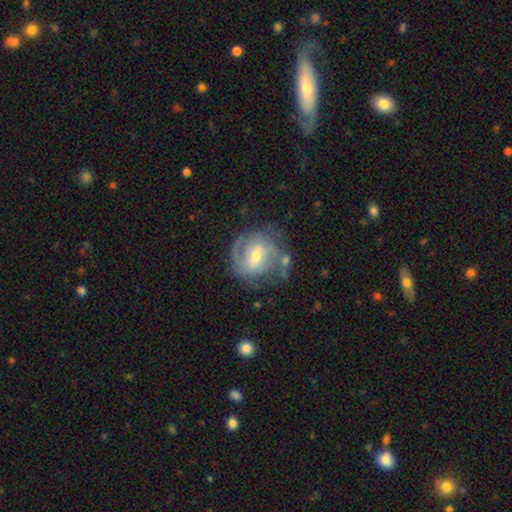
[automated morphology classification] A featured or disk galaxy (81%) with a weak bar (53%), 2 (51%) tight (45%) spiral arms (91%) and a moderate central bulge (53%). Merging: none (63%).